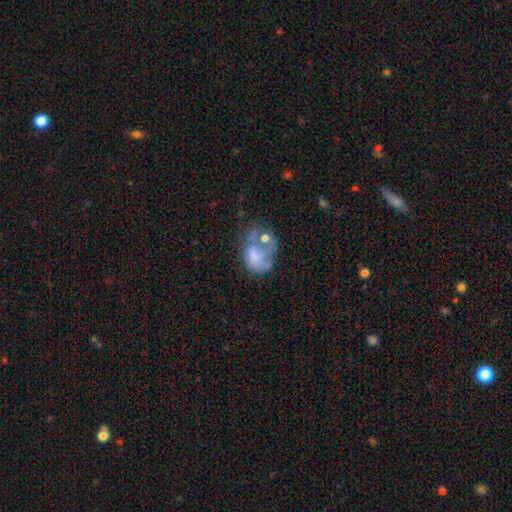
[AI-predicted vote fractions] This appears to be a smooth galaxy with no disk features (46%). Merging: major disturbance (33%).